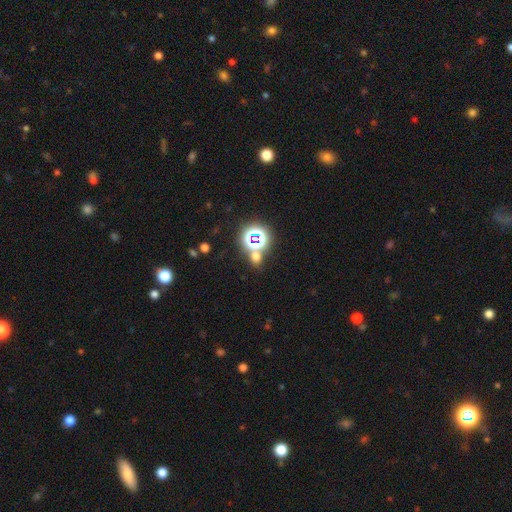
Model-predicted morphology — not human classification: This appears to be a smooth galaxy with no disk features (47%). Merging: none (66%).